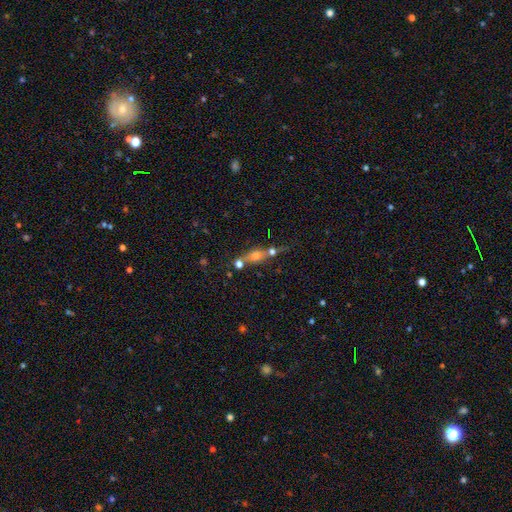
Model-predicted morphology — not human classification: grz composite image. It shows a smooth galaxy with no disk features (48%). Merging: none (46%).